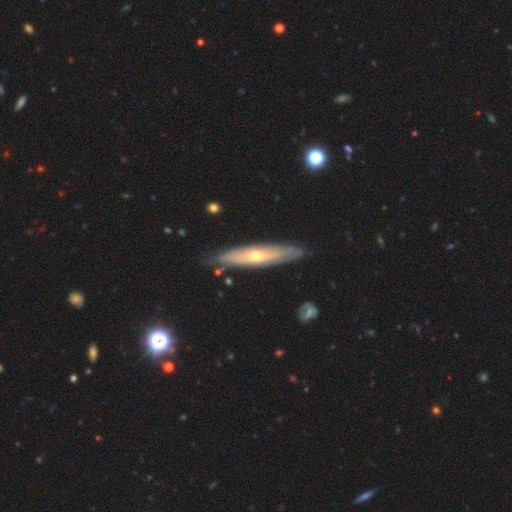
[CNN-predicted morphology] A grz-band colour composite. It shows a featured or disk galaxy (63%) viewed edge-on (66%). Merging: none (84%).